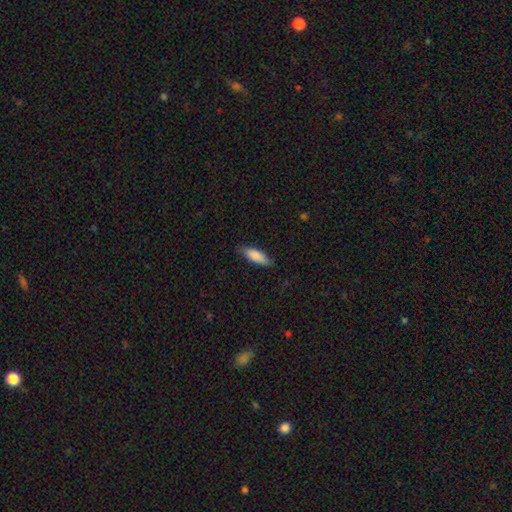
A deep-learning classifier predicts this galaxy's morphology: Q: Smooth or featured?
A: smooth (86%); runner-up: featured or disk (8%)
Q: How rounded?
A: in between (61%); runner-up: cigar-shaped (38%)
Q: Merging?
A: none (82%); runner-up: minor disturbance (14%)